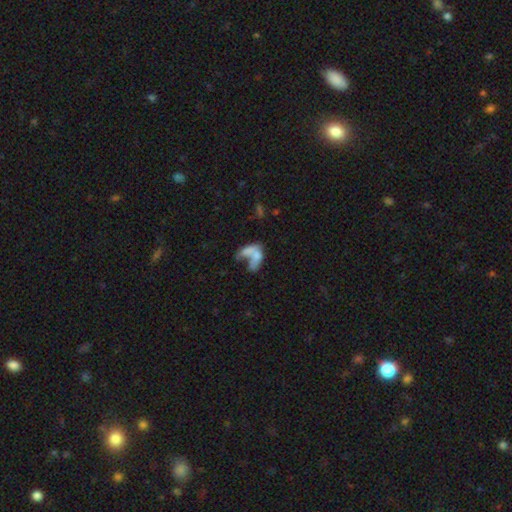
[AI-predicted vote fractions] The model was most divided on "smooth or featured": smooth: 55%, featured or disk: 33%, star or artifact: 12%. More confident: how rounded — in between (78%); merging — merger (52%).